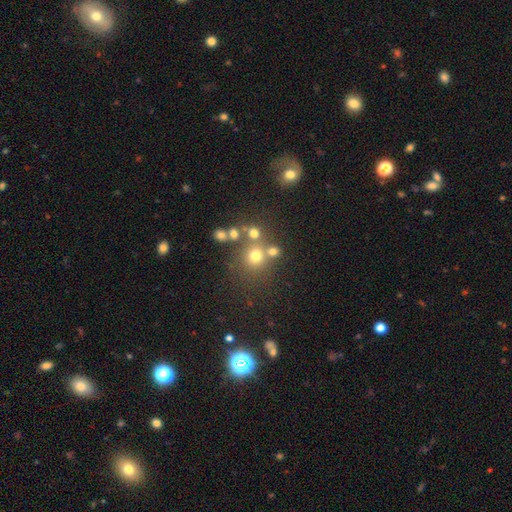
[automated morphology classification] smooth_or_featured: smooth (p=0.67) [alt: star or artifact p=0.20]
how_rounded: round (p=0.86) [alt: in between p=0.13]
merging: none (p=0.61) [alt: merger p=0.23]